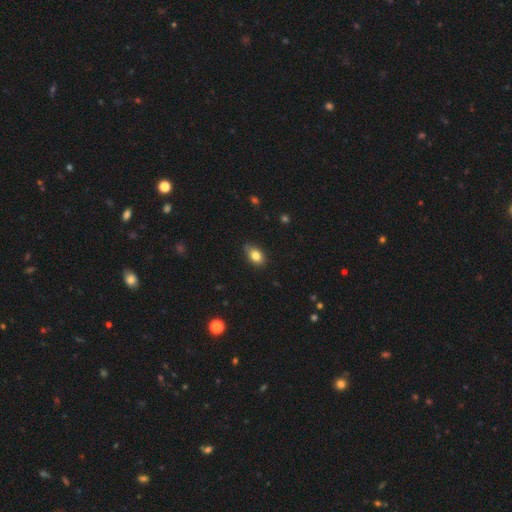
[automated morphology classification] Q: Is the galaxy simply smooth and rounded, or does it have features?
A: smooth — 82%.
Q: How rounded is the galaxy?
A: in between — 76%.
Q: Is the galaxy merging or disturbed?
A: none — 77%.